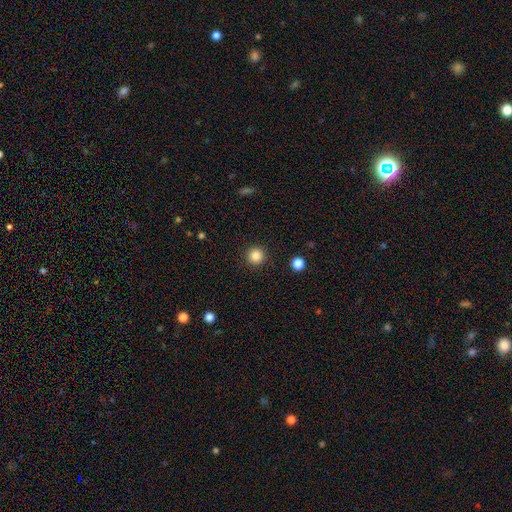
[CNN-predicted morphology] type=smooth (85%); roundness=round (95%); merging=none (92%).